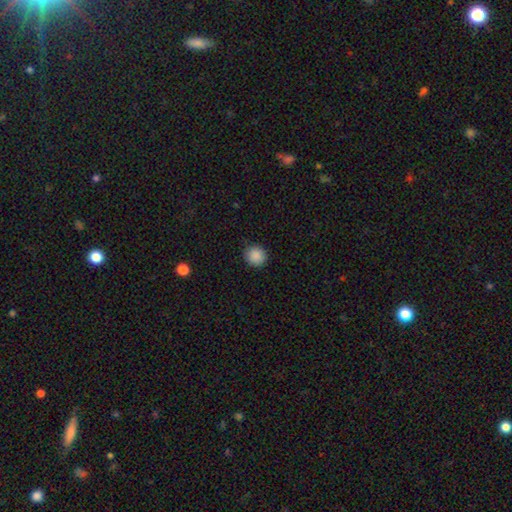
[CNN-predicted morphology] This appears to be a smooth galaxy with no disk features (89%) that is round (91%). Merging: none (90%).